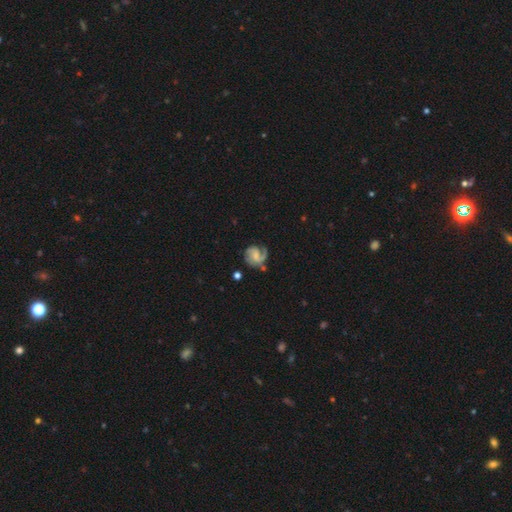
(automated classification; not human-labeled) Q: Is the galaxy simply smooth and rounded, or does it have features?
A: featured or disk — 76%.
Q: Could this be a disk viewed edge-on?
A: no — 98%.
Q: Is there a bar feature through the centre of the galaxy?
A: no — 48%.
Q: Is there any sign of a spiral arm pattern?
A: yes — 94%.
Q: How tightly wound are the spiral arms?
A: medium — 46%.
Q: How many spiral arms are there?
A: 2 — 56%.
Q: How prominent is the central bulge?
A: small — 41%.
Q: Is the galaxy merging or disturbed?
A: none — 57%.